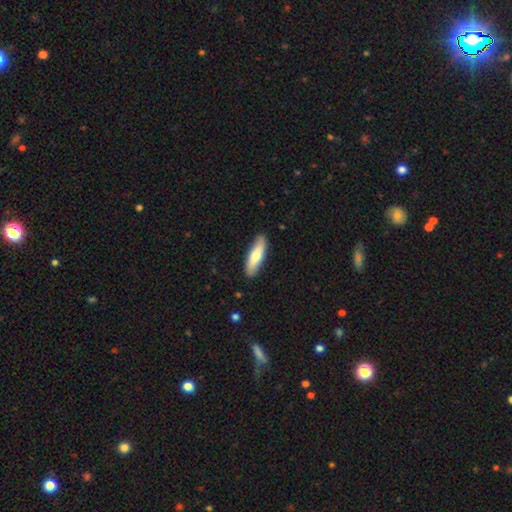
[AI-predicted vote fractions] This is likely a smooth galaxy (67%). How rounded: possibly cigar-shaped (59%). Merging: clearly none (88%).